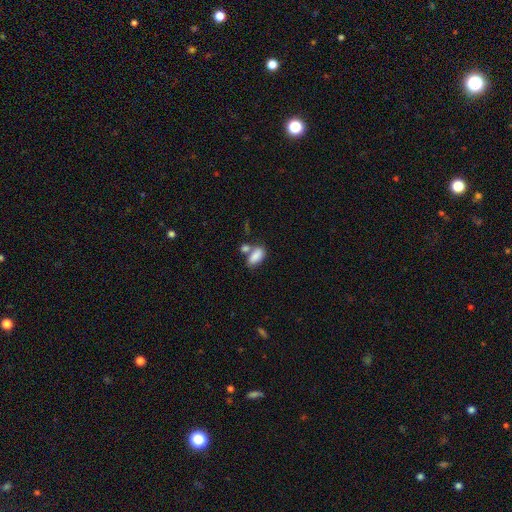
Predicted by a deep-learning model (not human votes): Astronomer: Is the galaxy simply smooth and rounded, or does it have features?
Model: smooth — 84%.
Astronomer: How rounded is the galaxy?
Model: in between — 91%.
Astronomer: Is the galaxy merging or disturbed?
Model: none — 41% (runner-up: merger, 40%).